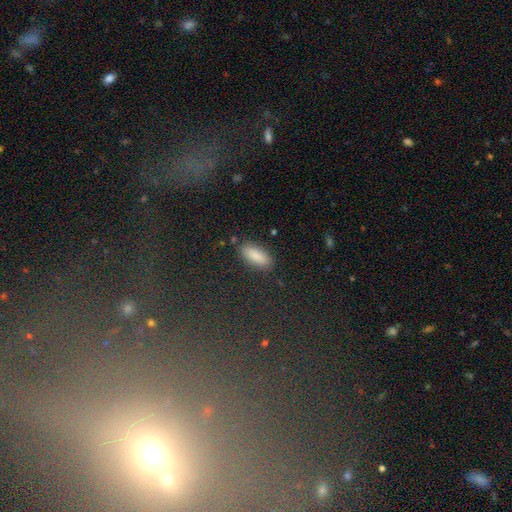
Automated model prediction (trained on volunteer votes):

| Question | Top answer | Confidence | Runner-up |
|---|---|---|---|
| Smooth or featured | smooth | 87% | star or artifact (7%) |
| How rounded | in between | 80% | cigar-shaped (18%) |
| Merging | none | 83% | minor disturbance (11%) |